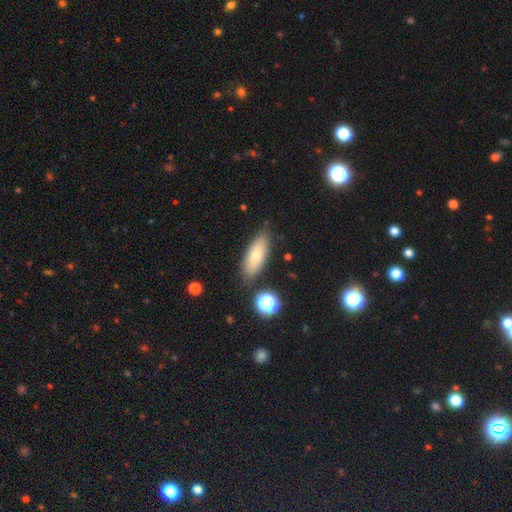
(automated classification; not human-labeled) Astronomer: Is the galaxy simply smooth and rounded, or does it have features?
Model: smooth — 73%.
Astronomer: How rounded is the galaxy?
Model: in between — 66%.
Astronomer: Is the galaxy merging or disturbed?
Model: none — 79%.